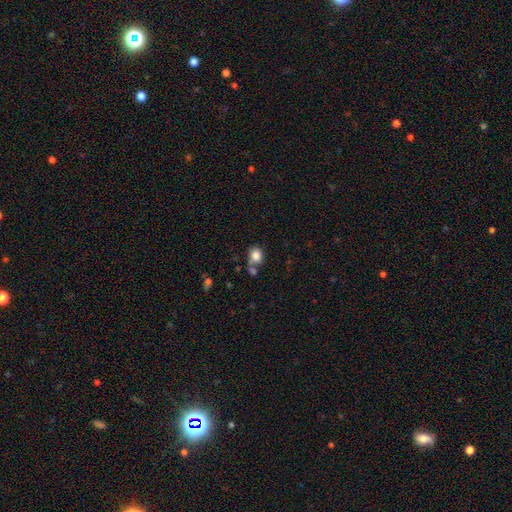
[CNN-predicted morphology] Smooth or featured? Predicted: smooth (p=0.83). How rounded? Predicted: round (p=0.61). Merging? Predicted: none (p=0.50).